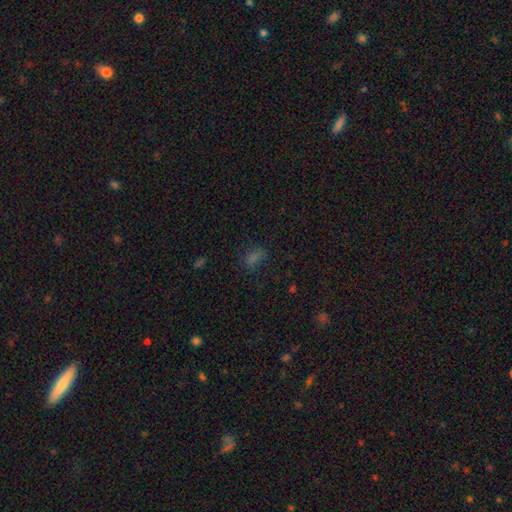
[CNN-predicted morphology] Smooth or featured? smooth (60%)
How rounded? in between (78%)
Merging? none (62%)